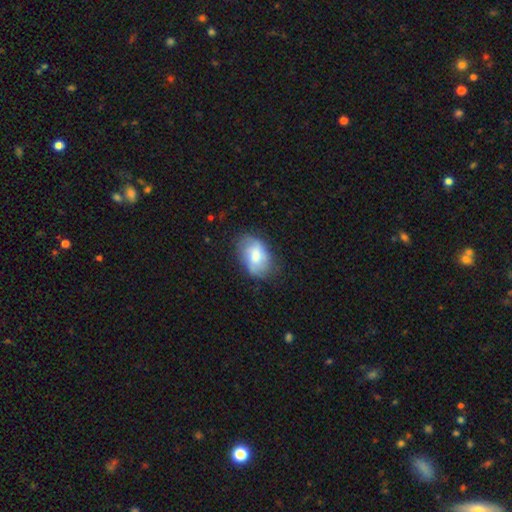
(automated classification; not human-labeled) smooth_or_featured: smooth (p=0.64) [alt: featured or disk p=0.29]
how_rounded: in between (p=0.86) [alt: round p=0.13]
merging: none (p=0.65) [alt: minor disturbance p=0.25]